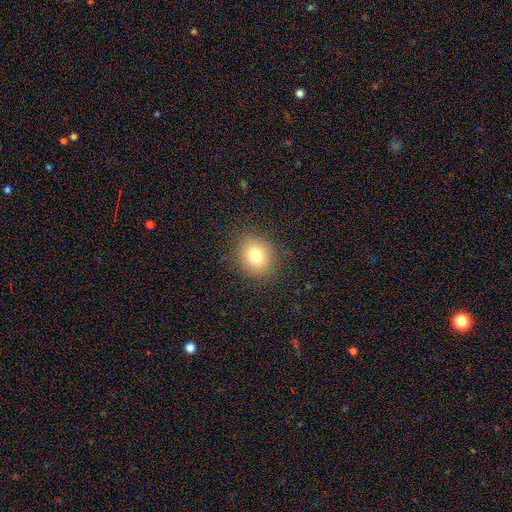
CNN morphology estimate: Q: Smooth or featured?
A: smooth (78%); runner-up: star or artifact (12%)
Q: How rounded?
A: round (69%); runner-up: in between (30%)
Q: Merging?
A: none (86%); runner-up: minor disturbance (9%)